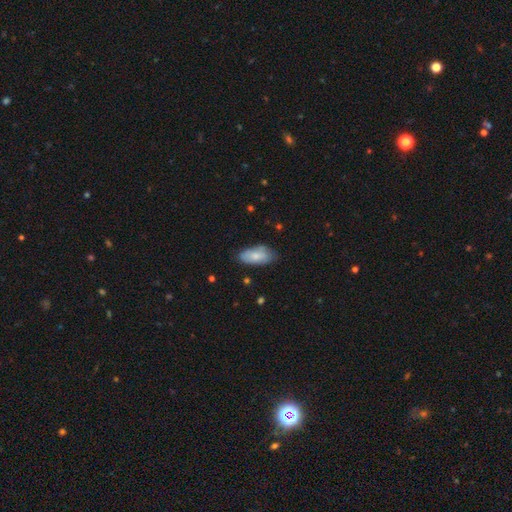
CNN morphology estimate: A smooth galaxy with no disk features (76%) that is in between round and cigar-shaped (92%).

Vote fractions:
- Smooth or featured? smooth: 76% / featured or disk: 18% / star or artifact: 6%
- How rounded? in between: 92% / cigar-shaped: 5% / round: 3%
- Merging? none: 70% / minor disturbance: 24% / major disturbance: 5% / merger: 2%